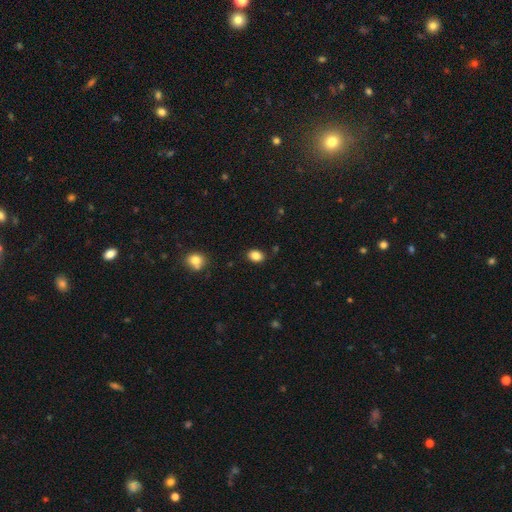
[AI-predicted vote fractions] Smooth or featured?
  - smooth: 86% *
  - star or artifact: 10%
  - featured or disk: 5%
How rounded?
  - in between: 66% *
  - round: 33%
  - cigar-shaped: 1%
Merging?
  - none: 86% *
  - minor disturbance: 10%
  - major disturbance: 2%
  - merger: 2%